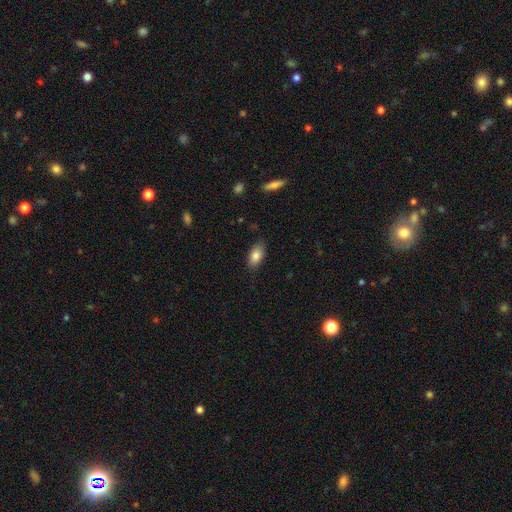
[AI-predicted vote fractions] A smooth galaxy with no disk features (84%) that is in between round and cigar-shaped (90%).

Vote fractions:
- Smooth or featured? smooth: 84% / featured or disk: 9% / star or artifact: 8%
- How rounded? in between: 90% / round: 5% / cigar-shaped: 5%
- Merging? none: 81% / minor disturbance: 15% / major disturbance: 3% / merger: 1%